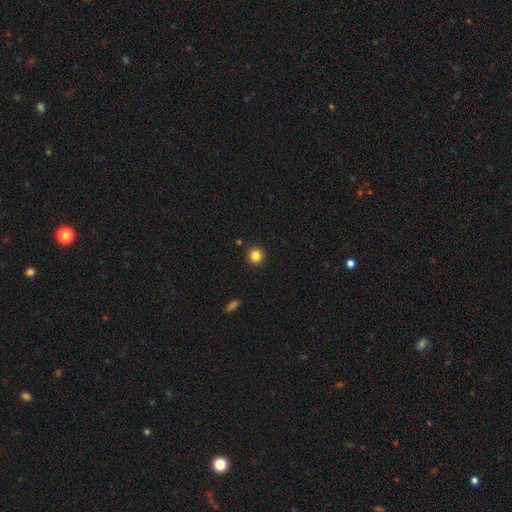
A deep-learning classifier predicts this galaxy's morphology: The model was most divided on "smooth or featured": smooth: 84%, star or artifact: 12%, featured or disk: 4%. More confident: how rounded — round (93%); merging — none (92%).